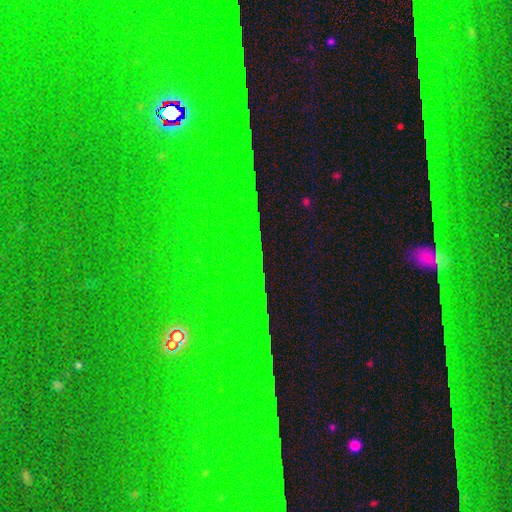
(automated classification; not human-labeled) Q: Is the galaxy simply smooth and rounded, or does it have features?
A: star or artifact — 85%.